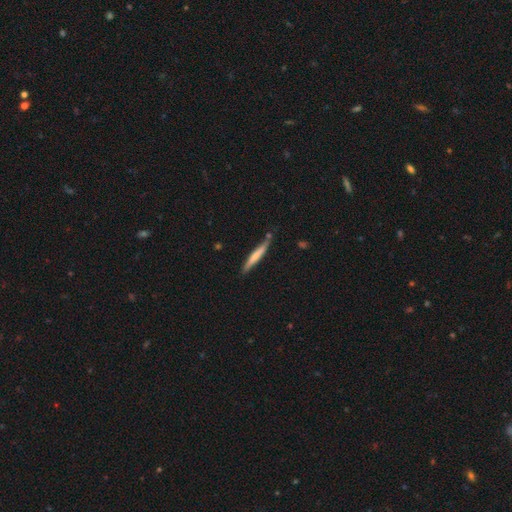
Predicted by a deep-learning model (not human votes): This is likely a smooth galaxy (62%). How rounded: clearly cigar-shaped (95%). Merging: likely none (79%).